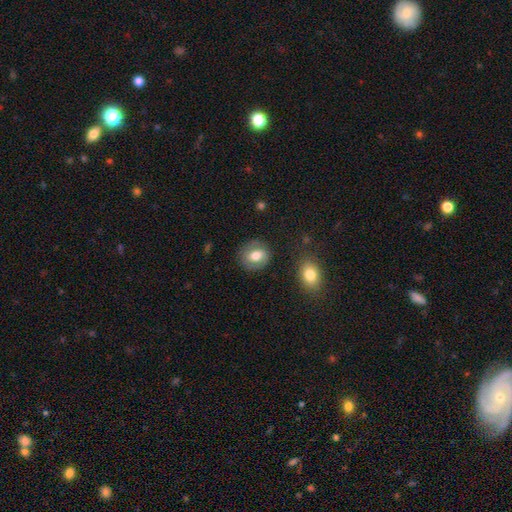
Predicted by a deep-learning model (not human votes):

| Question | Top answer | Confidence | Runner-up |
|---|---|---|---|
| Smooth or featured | smooth | 66% | featured or disk (26%) |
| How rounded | round | 63% | in between (36%) |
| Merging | none | 81% | minor disturbance (12%) |